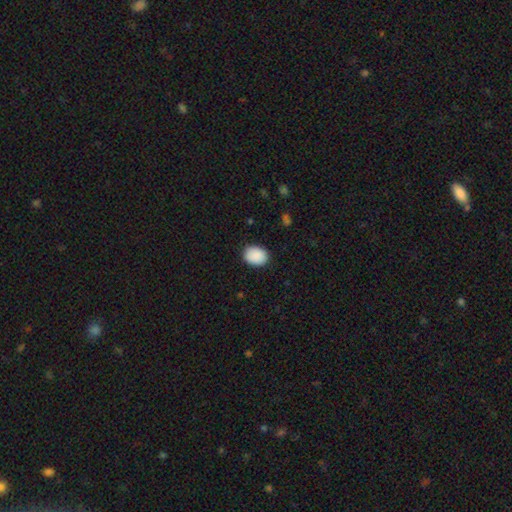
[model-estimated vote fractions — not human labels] Morphology: type=smooth (91%); roundness=in between (66%); merging=none (87%).